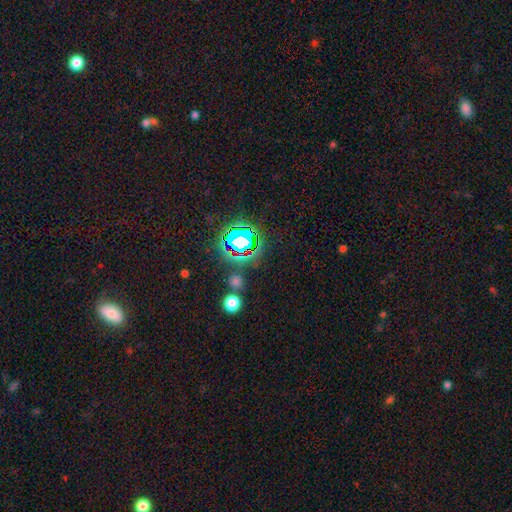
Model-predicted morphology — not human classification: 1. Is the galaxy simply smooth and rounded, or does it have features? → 80% star or artifact, 12% smooth, 8% featured or disk.